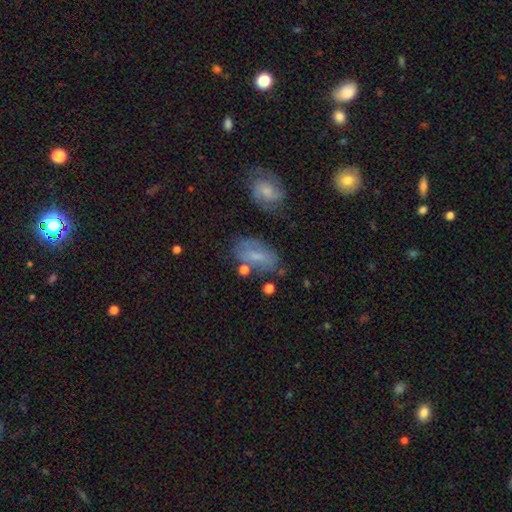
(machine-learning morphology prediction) smooth-or-featured: smooth: 54% | featured or disk: 35% | star or artifact: 11%
  how-rounded: in between: 88% | round: 8% | cigar-shaped: 4%
  merging: none: 57% | minor disturbance: 23% | major disturbance: 11% | merger: 9%